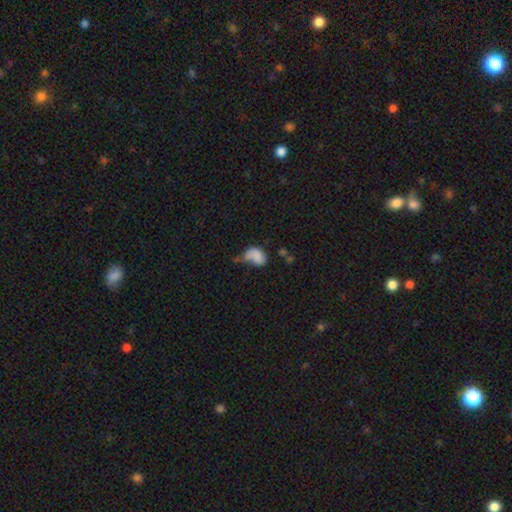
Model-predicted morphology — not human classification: smooth_or_featured: smooth (p=0.74) [alt: featured or disk p=0.16]
how_rounded: in between (p=0.77) [alt: round p=0.22]
merging: minor disturbance (p=0.31) [alt: major disturbance p=0.28]